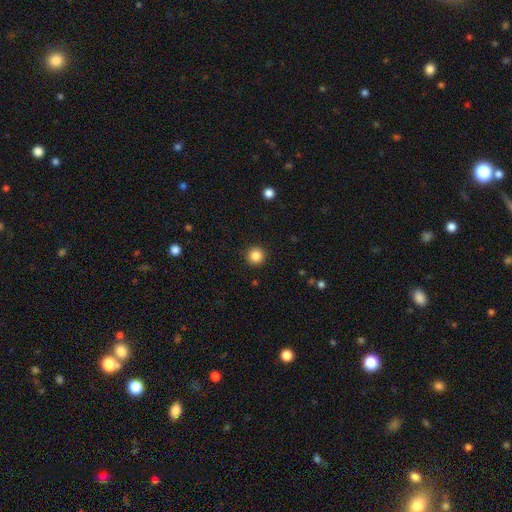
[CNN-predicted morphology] Smooth or featured?
  - smooth: 85% *
  - star or artifact: 10%
  - featured or disk: 4%
How rounded?
  - round: 96% *
  - in between: 3%
  - cigar-shaped: 1%
Merging?
  - none: 92% *
  - minor disturbance: 5%
  - major disturbance: 2%
  - merger: 1%